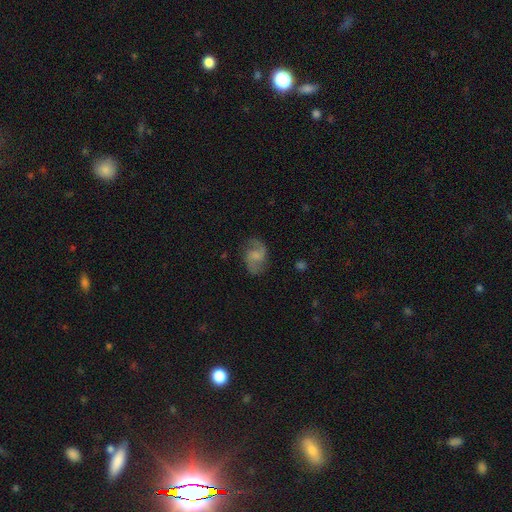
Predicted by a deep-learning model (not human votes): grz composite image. It shows a featured or disk galaxy (75%) with a weak bar (50%), 2 (91%) medium (49%) spiral arms (94%) and no central bulge (40%). Merging: none (77%).